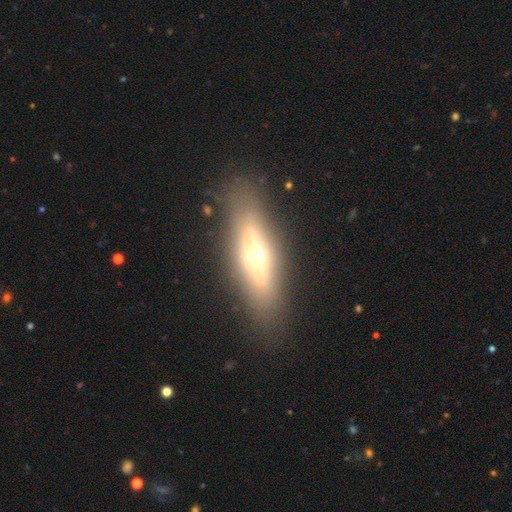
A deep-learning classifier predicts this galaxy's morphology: Smooth or featured? featured or disk (50%)
Merging? none (82%)